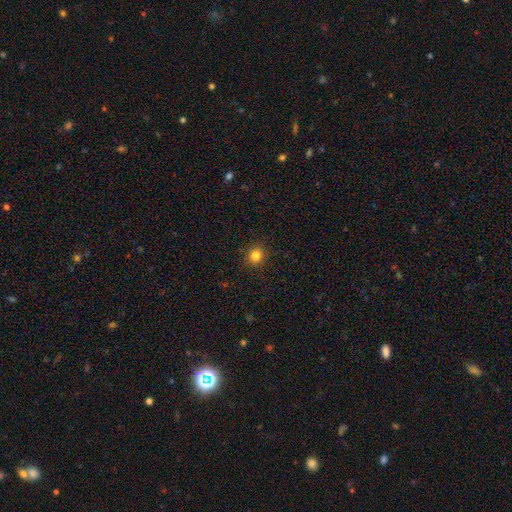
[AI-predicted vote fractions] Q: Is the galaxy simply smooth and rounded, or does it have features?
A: smooth — 83%.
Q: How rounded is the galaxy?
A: round — 86%.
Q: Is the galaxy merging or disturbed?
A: none — 90%.